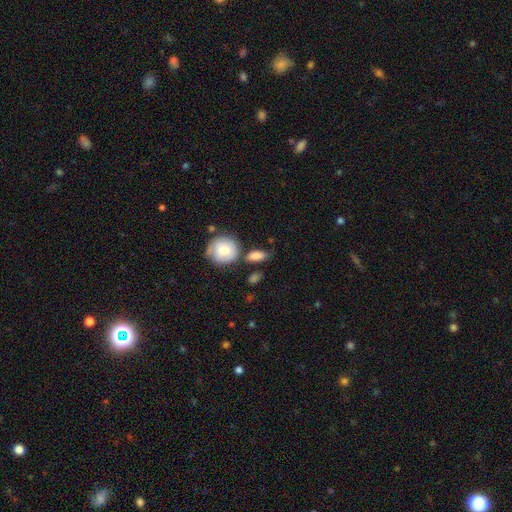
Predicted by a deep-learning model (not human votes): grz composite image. It shows a smooth galaxy with no disk features (79%) that is in between round and cigar-shaped (68%). Merging: none (61%).